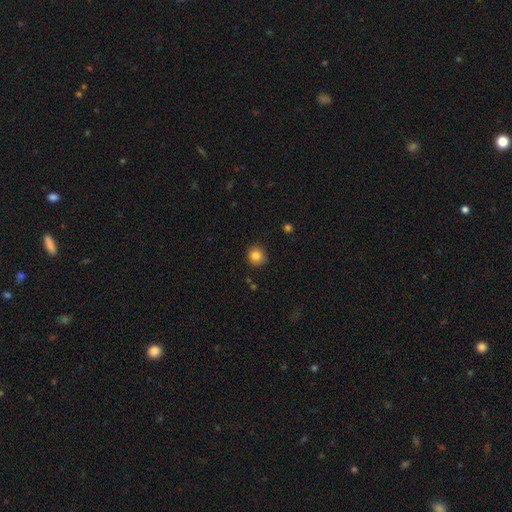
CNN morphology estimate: Q: Smooth or featured?
A: smooth (83%); runner-up: star or artifact (11%)
Q: How rounded?
A: round (92%); runner-up: in between (8%)
Q: Merging?
A: none (87%); runner-up: minor disturbance (10%)